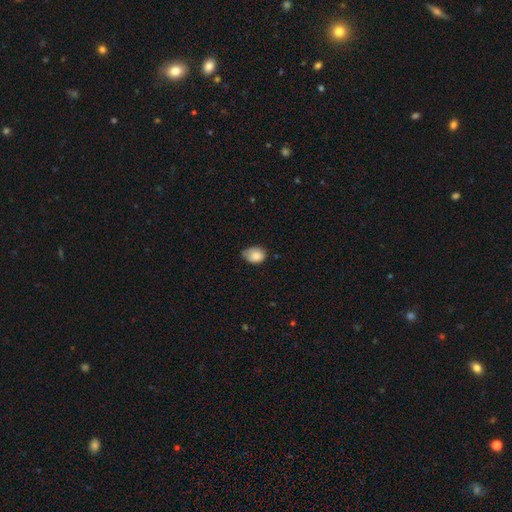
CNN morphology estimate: The model was most divided on "merging": none: 47%, minor disturbance: 43%, major disturbance: 8%, merger: 2%. More confident: smooth or featured — smooth (83%); how rounded — in between (70%).